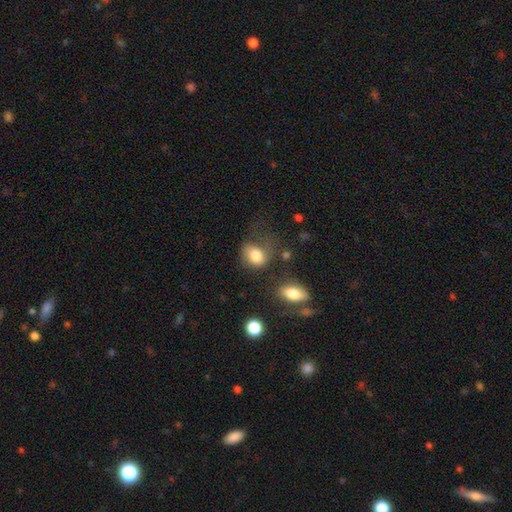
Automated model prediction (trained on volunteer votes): Smooth or featured? Predicted: smooth (p=0.81). How rounded? Predicted: in between (p=0.61). Merging? Predicted: none (p=0.42).